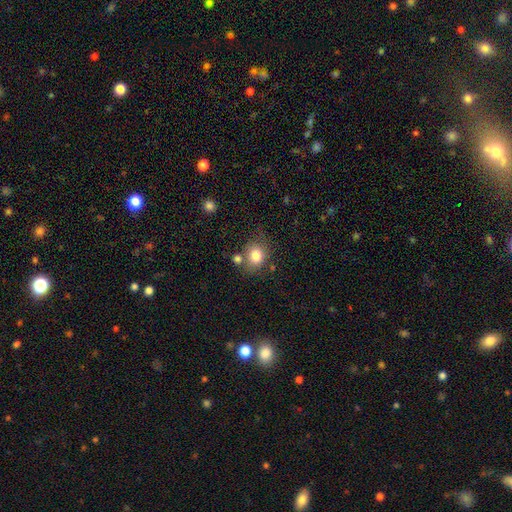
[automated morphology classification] Smooth or featured: smooth — 81% (star or artifact — 10%)
How rounded: round — 62% (in between — 37%)
Merging: none — 61% (minor disturbance — 17%)